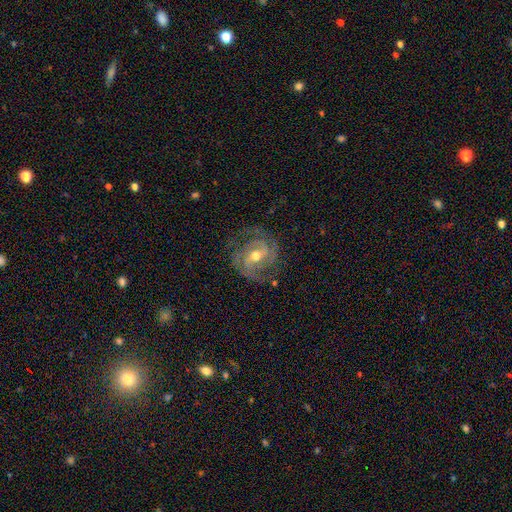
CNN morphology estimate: A featured or disk galaxy (88%) with a weak bar (43%), 2 (41%) tight (51%) spiral arms (97%) and a moderate central bulge (68%). Merging: none (76%).